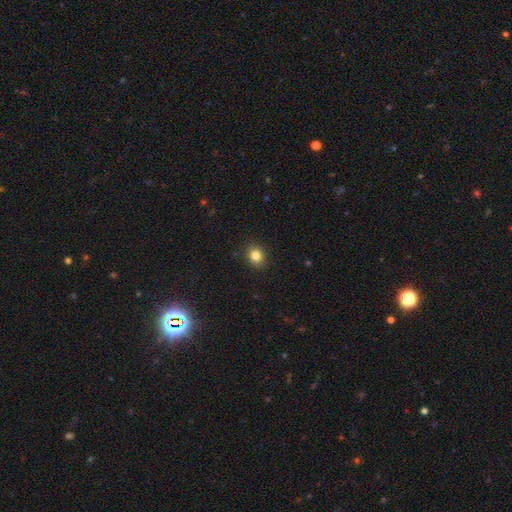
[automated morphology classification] This appears to be a smooth galaxy with no disk features (83%) that is round (69%). Merging: none (91%).